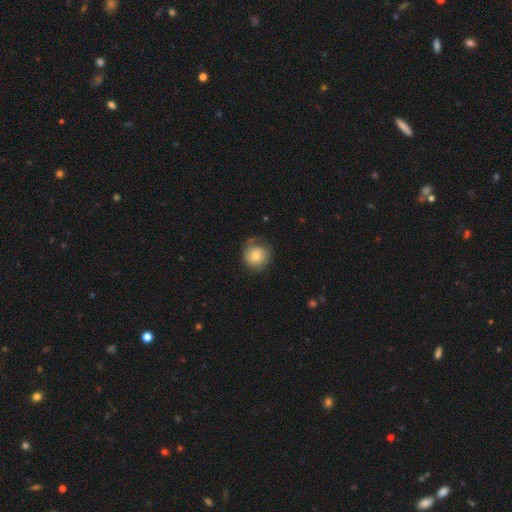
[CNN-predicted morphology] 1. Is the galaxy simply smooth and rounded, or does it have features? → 70% smooth, 22% featured or disk, 8% star or artifact.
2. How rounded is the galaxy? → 88% round, 11% in between, 1% cigar-shaped.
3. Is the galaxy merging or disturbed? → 59% none, 26% minor disturbance, 13% major disturbance, 2% merger.